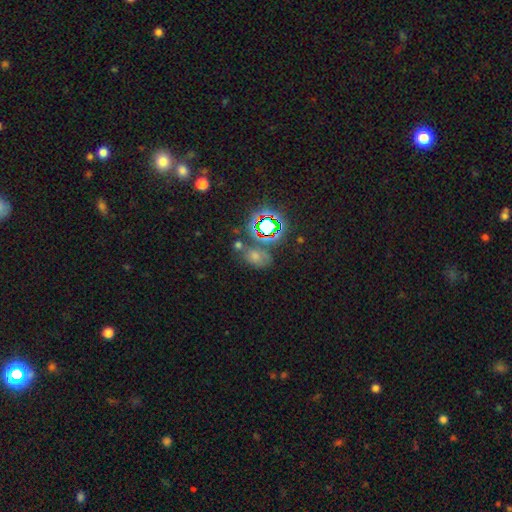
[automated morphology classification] This is possibly a smooth galaxy (48%). Merging: possibly none (55%).